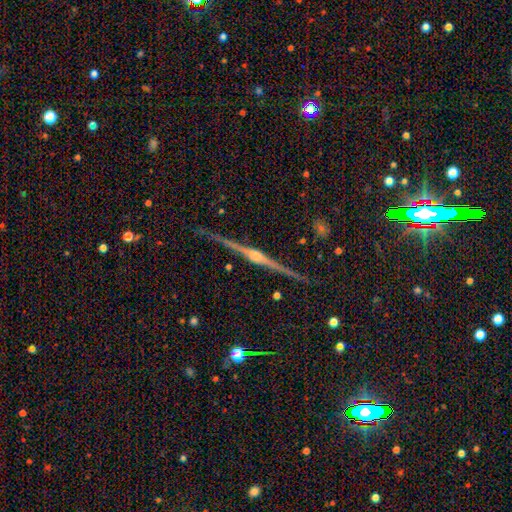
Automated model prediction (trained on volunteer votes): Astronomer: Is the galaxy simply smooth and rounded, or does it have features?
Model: featured or disk — 88%.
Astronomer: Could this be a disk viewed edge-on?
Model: yes — 99%.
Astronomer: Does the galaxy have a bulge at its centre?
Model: rounded — 89%.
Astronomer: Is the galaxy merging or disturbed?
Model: none — 92%.